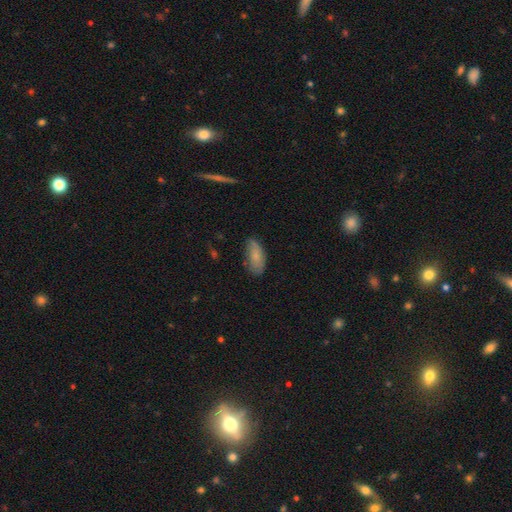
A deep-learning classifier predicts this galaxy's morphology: This is clearly a smooth galaxy (80%). How rounded: clearly in between (88%). Merging: likely none (67%).